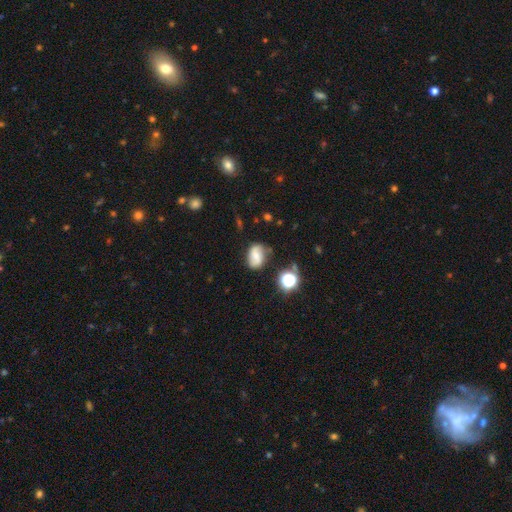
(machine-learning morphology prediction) A featured or disk galaxy (48%).

Vote fractions:
- Smooth or featured? featured or disk: 48% / smooth: 40% / star or artifact: 12%
- Merging? none: 68% / minor disturbance: 21% / major disturbance: 7% / merger: 4%